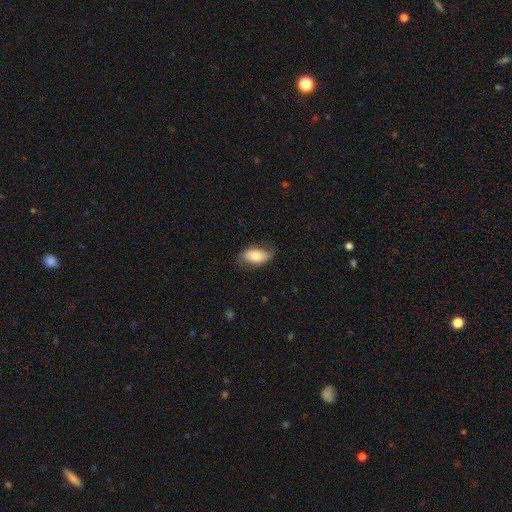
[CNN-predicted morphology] Smooth or featured?
  - smooth: 64% *
  - featured or disk: 30%
  - star or artifact: 6%
How rounded?
  - in between: 92% *
  - round: 4%
  - cigar-shaped: 3%
Merging?
  - none: 69% *
  - minor disturbance: 23%
  - major disturbance: 7%
  - merger: 1%